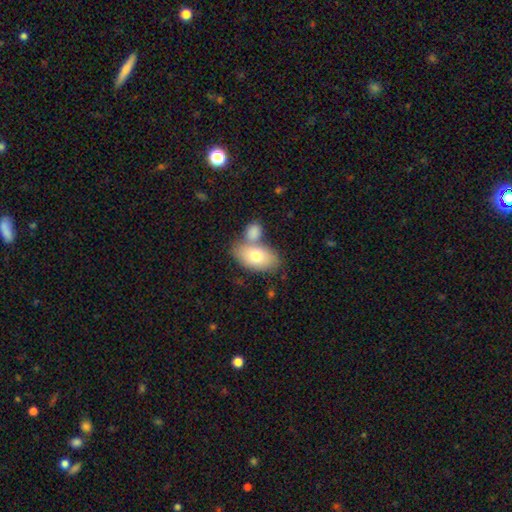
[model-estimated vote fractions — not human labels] Smooth or featured: smooth — 74% (featured or disk — 20%)
How rounded: in between — 91% (round — 7%)
Merging: none — 49% (merger — 34%)